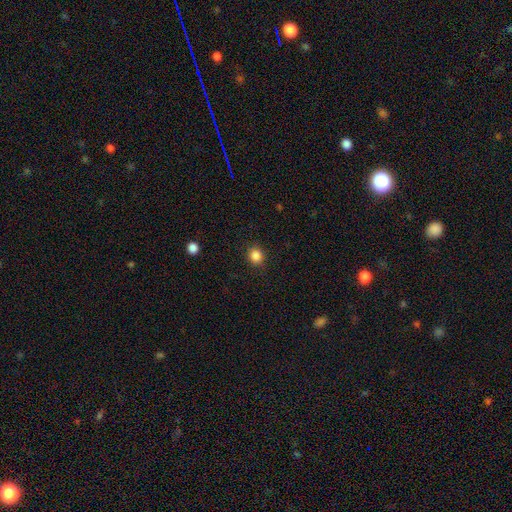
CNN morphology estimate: Smooth or featured?
  - smooth: 85% *
  - star or artifact: 11%
  - featured or disk: 4%
How rounded?
  - round: 85% *
  - in between: 15%
  - cigar-shaped: 1%
Merging?
  - none: 90% *
  - minor disturbance: 7%
  - major disturbance: 2%
  - merger: 1%